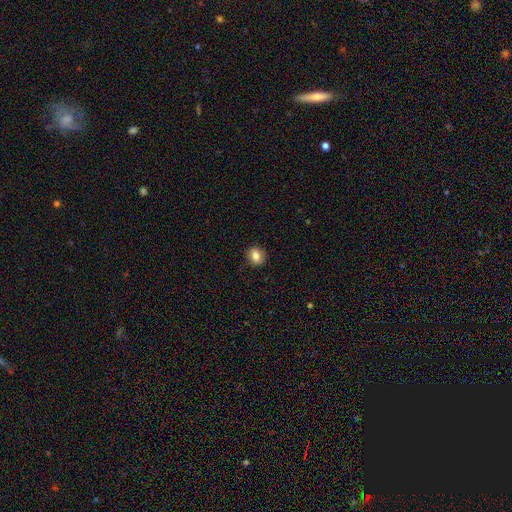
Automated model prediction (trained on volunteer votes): Q: Smooth or featured?
A: smooth (82%); runner-up: star or artifact (9%)
Q: How rounded?
A: round (59%); runner-up: in between (40%)
Q: Merging?
A: none (88%); runner-up: minor disturbance (9%)